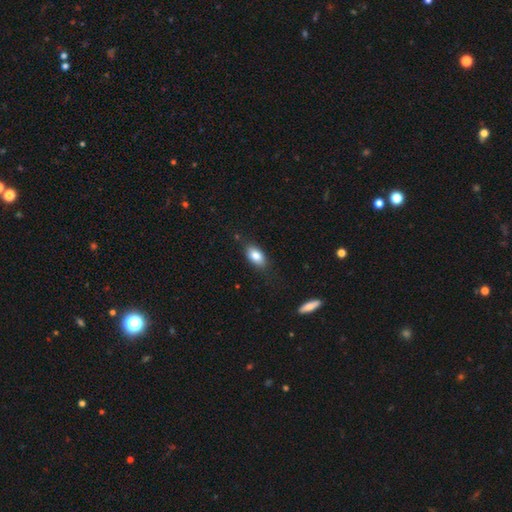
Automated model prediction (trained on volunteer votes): A smooth galaxy with no disk features (84%) that is in between round and cigar-shaped (90%).

Vote fractions:
- Smooth or featured? smooth: 84% / featured or disk: 9% / star or artifact: 7%
- How rounded? in between: 90% / round: 6% / cigar-shaped: 5%
- Merging? none: 80% / minor disturbance: 15% / major disturbance: 3% / merger: 2%